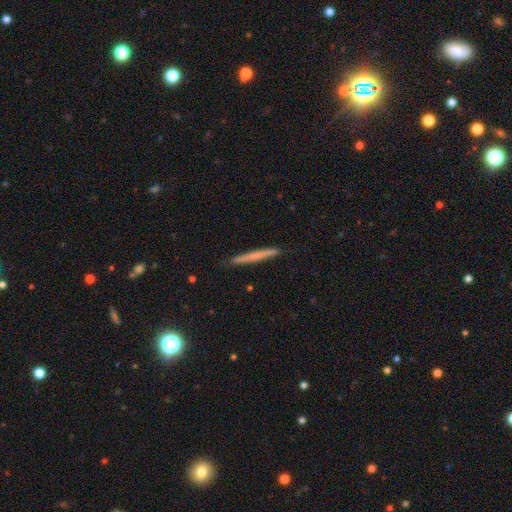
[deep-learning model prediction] smooth_or_featured: smooth (p=0.59) [alt: featured or disk p=0.35]
how_rounded: cigar-shaped (p=0.97) [alt: in between p=0.02]
merging: none (p=0.90) [alt: minor disturbance p=0.08]